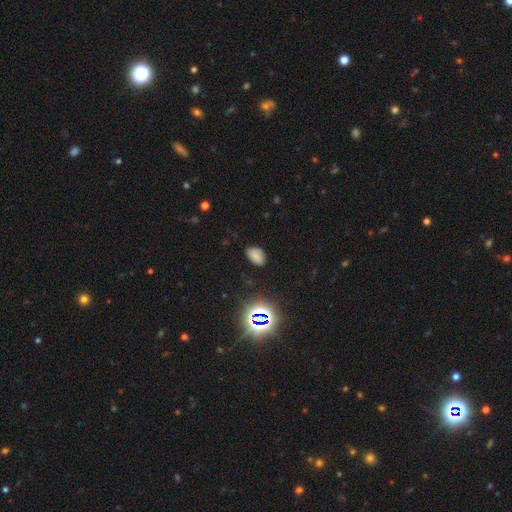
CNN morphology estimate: This is likely a smooth galaxy (71%). How rounded: clearly in between (89%). Merging: likely none (79%).